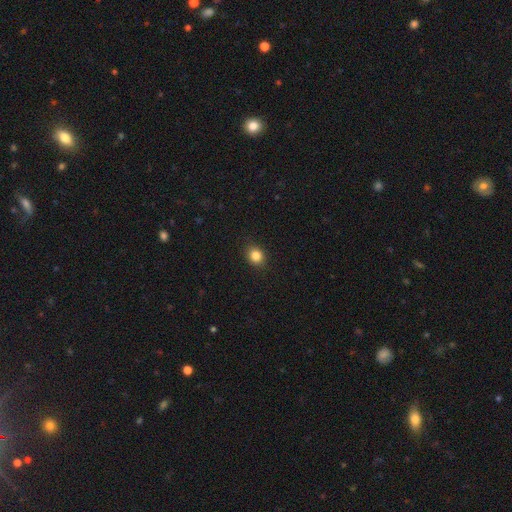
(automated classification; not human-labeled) The model was most divided on "how rounded": round: 67%, in between: 32%, cigar-shaped: 1%. More confident: merging — none (89%); smooth or featured — smooth (85%).